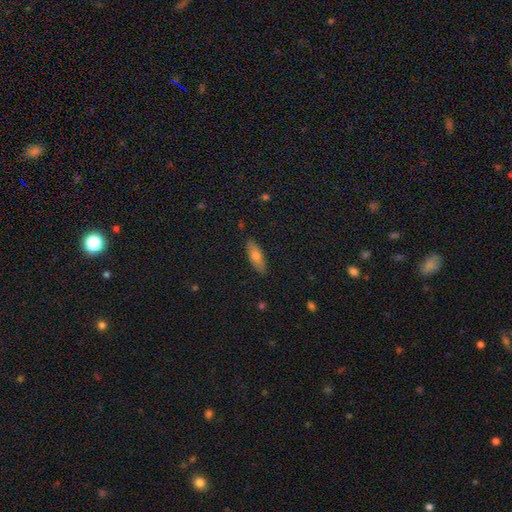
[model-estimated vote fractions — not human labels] Smooth or featured: smooth — 70% (featured or disk — 23%)
How rounded: in between — 64% (cigar-shaped — 34%)
Merging: none — 88% (minor disturbance — 9%)